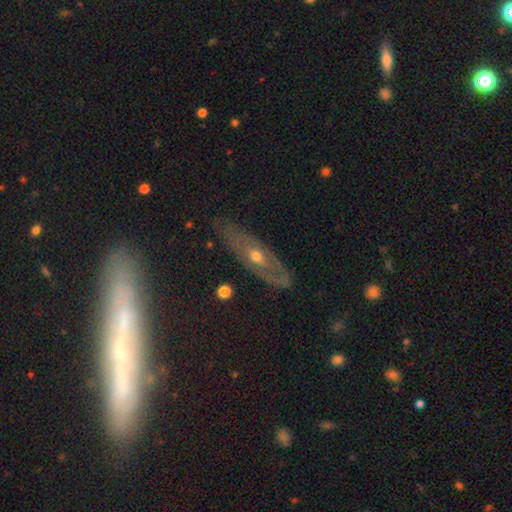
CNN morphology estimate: A featured or disk galaxy (70%). Merging: none (76%).